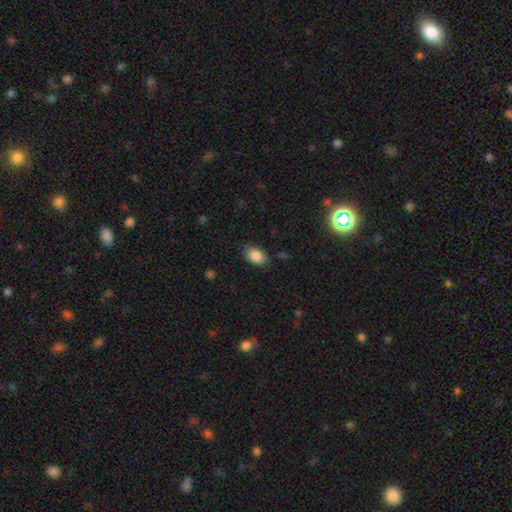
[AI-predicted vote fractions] Morphology: type=smooth (87%); roundness=in between (87%); merging=none (80%).